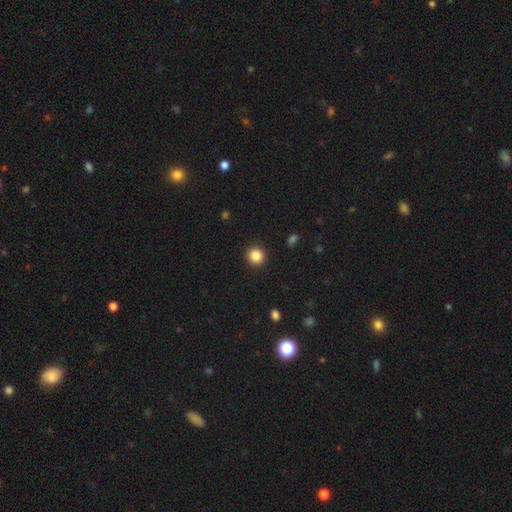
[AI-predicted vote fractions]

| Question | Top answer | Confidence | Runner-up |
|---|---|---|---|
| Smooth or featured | smooth | 86% | star or artifact (10%) |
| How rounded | round | 93% | in between (6%) |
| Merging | none | 92% | minor disturbance (5%) |